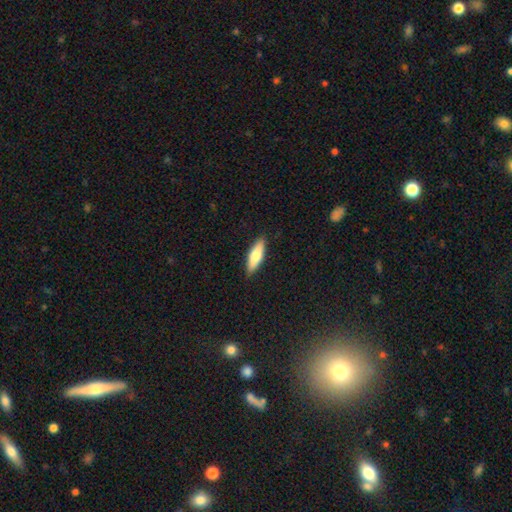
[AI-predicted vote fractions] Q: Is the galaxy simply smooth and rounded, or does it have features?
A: smooth — 72%.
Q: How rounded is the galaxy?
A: cigar-shaped — 55%.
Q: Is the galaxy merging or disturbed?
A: none — 89%.